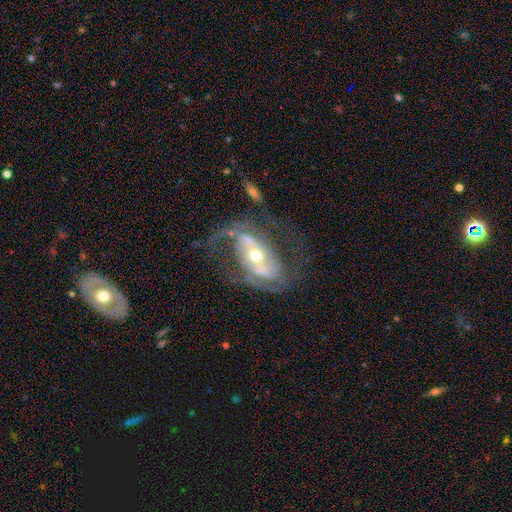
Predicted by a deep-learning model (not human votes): A featured or disk galaxy (85%) with a strong bar (42%), 2 (79%) medium (49%) spiral arms (88%) and a moderate central bulge (51%). Merging: none (55%).